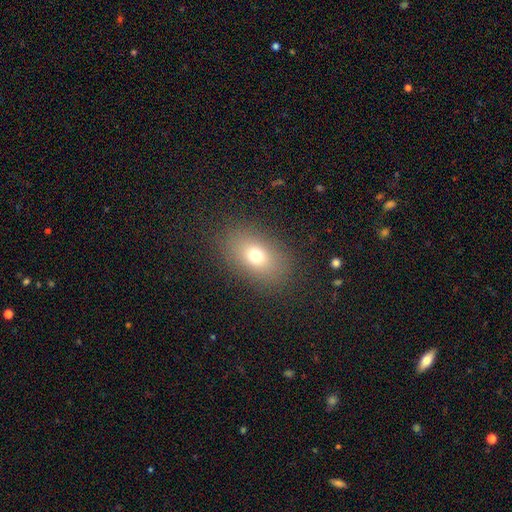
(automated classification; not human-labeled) Smooth or featured?
  - smooth: 71% *
  - star or artifact: 15%
  - featured or disk: 14%
How rounded?
  - in between: 77% *
  - round: 21%
  - cigar-shaped: 2%
Merging?
  - none: 85% *
  - minor disturbance: 9%
  - major disturbance: 5%
  - merger: 1%